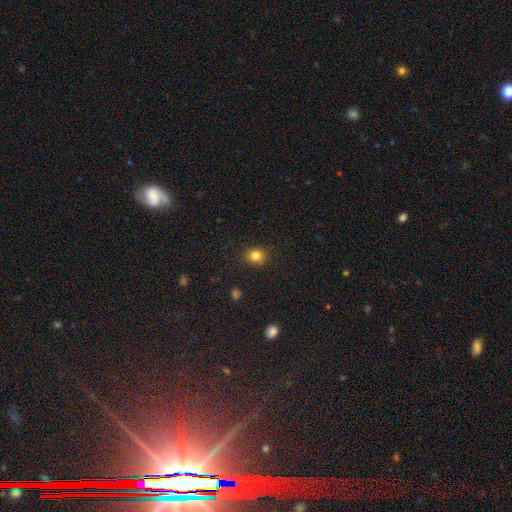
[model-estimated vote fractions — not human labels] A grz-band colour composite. It shows a smooth galaxy with no disk features (81%) that is round (75%). Merging: none (85%).